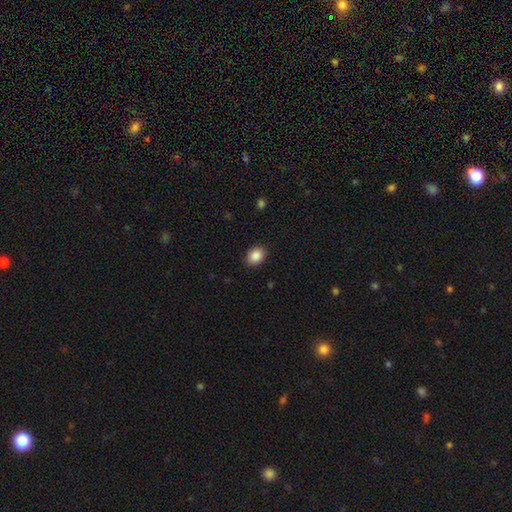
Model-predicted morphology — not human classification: type=smooth (88%); roundness=in between (62%); merging=none (87%).